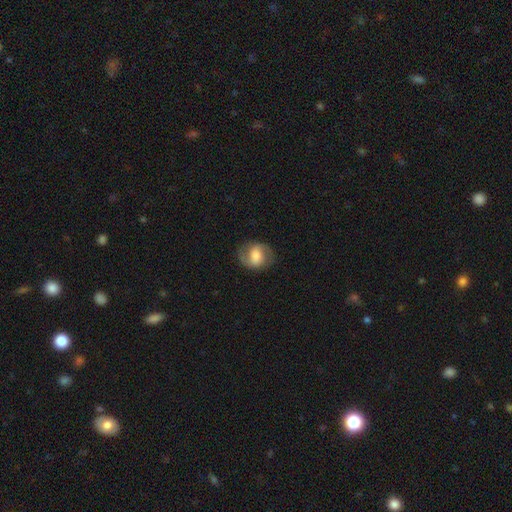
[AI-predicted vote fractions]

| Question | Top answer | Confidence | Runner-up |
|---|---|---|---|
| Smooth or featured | featured or disk | 63% | smooth (30%) |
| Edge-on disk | no | 97% | yes (3%) |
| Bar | weak | 46% | no (31%) |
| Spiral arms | yes | 88% | no (12%) |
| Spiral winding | medium | 49% | loose (26%) |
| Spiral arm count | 2 | 88% | can't tell (5%) |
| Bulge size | moderate | 45% | large (24%) |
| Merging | none | 81% | minor disturbance (13%) |